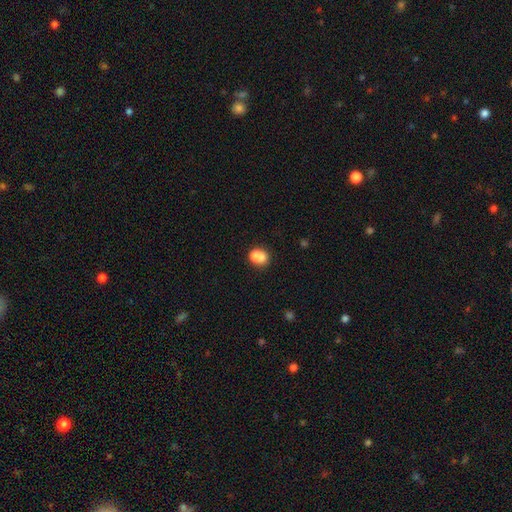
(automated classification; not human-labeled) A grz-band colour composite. It shows a smooth galaxy with no disk features (72%) that is round (65%). Merging: merger (51%).